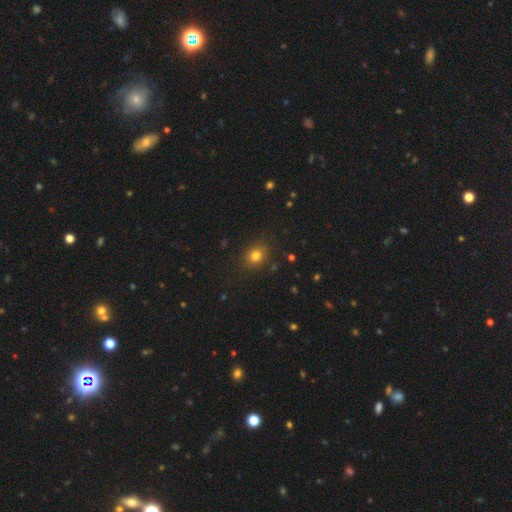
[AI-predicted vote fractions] Overall: smooth (79%). How rounded: round (65%; in between 34%). Merging: none (86%).